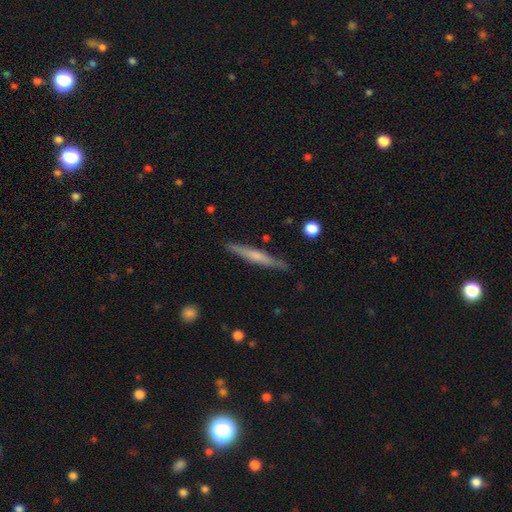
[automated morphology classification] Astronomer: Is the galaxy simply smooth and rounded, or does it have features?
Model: featured or disk — 50% (runner-up: smooth, 44%).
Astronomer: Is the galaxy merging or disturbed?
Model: none — 88%.